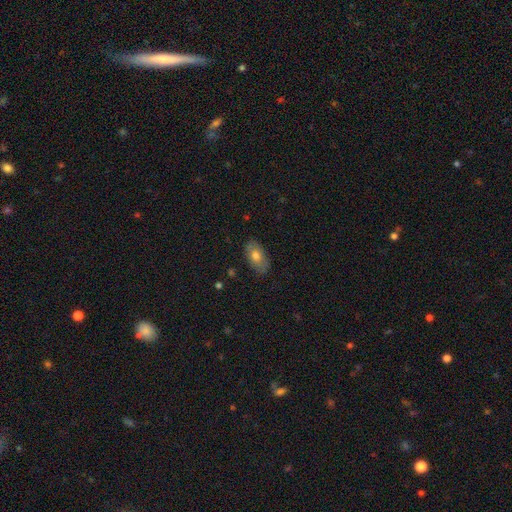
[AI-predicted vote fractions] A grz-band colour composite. It shows a smooth galaxy with no disk features (71%) that is in between round and cigar-shaped (92%). Merging: none (84%).